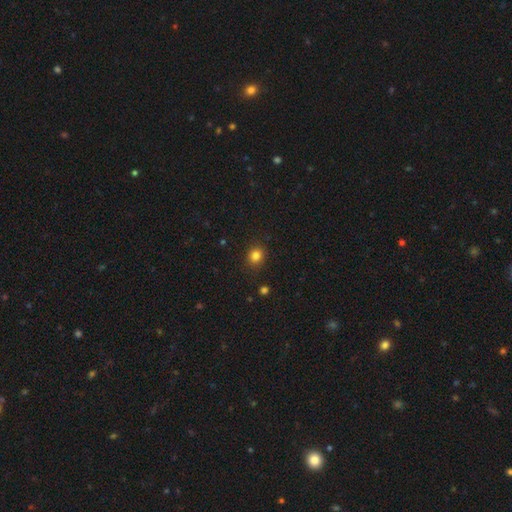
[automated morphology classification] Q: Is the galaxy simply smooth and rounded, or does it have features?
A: smooth — 83%.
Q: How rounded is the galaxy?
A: round — 70%.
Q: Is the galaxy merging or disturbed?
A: none — 87%.